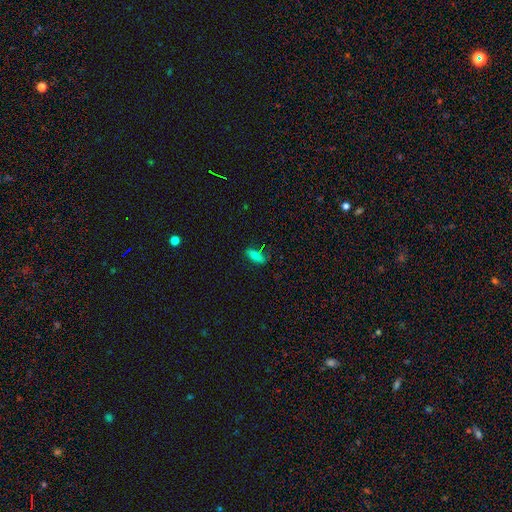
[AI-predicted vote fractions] This is likely a smooth galaxy (72%). How rounded: likely in between (72%). Merging: likely none (72%).